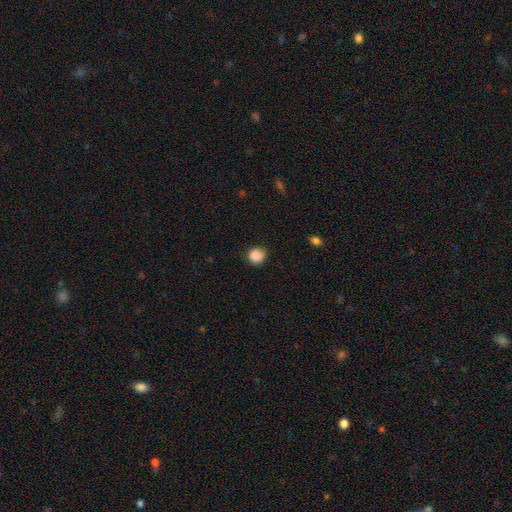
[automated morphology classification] Q: Smooth or featured?
A: smooth (87%); runner-up: star or artifact (9%)
Q: How rounded?
A: round (86%); runner-up: in between (13%)
Q: Merging?
A: none (78%); runner-up: minor disturbance (17%)